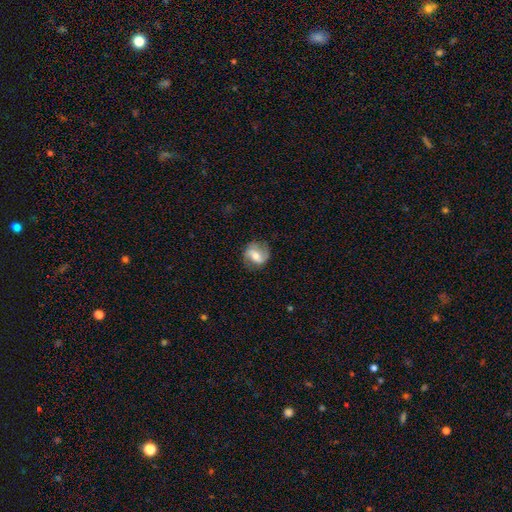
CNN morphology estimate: Smooth or featured?
  - featured or disk: 61% *
  - smooth: 32%
  - star or artifact: 8%
Edge-on disk?
  - no: 95% *
  - yes: 5%
Bar?
  - weak: 40% *
  - strong: 37%
  - no: 23%
Spiral arms?
  - yes: 83% *
  - no: 17%
Bulge size?
  - moderate: 60% *
  - small: 29%
  - large: 7%
  - none: 3%
  - dominant: 1%
Merging?
  - none: 77% *
  - minor disturbance: 16%
  - major disturbance: 6%
  - merger: 1%